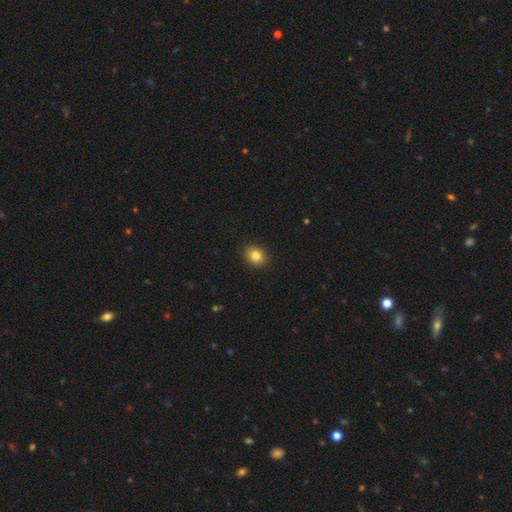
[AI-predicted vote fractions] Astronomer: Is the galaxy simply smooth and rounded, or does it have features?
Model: smooth — 83%.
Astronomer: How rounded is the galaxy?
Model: round — 64%.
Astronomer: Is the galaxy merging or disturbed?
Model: none — 91%.